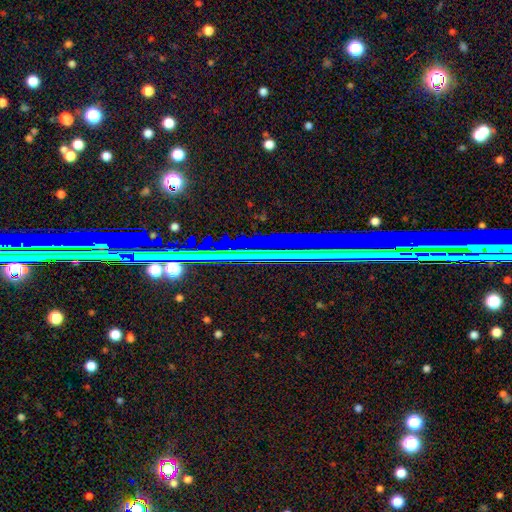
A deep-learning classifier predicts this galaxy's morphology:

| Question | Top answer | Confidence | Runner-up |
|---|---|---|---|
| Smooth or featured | star or artifact | 78% | featured or disk (13%) |